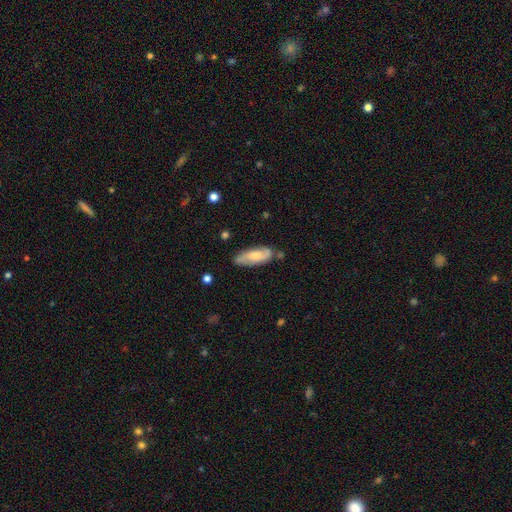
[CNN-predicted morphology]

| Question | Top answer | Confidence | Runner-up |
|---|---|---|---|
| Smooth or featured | smooth | 54% | featured or disk (40%) |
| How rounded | in between | 70% | cigar-shaped (28%) |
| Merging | none | 72% | minor disturbance (20%) |